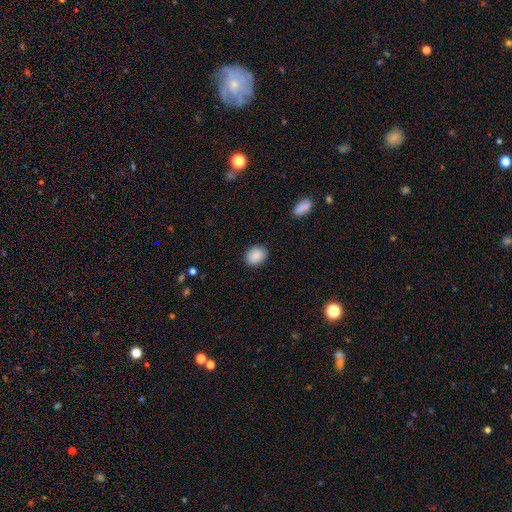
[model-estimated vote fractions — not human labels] This is clearly a smooth galaxy (89%). How rounded: possibly in between (50%). Merging: clearly none (88%).